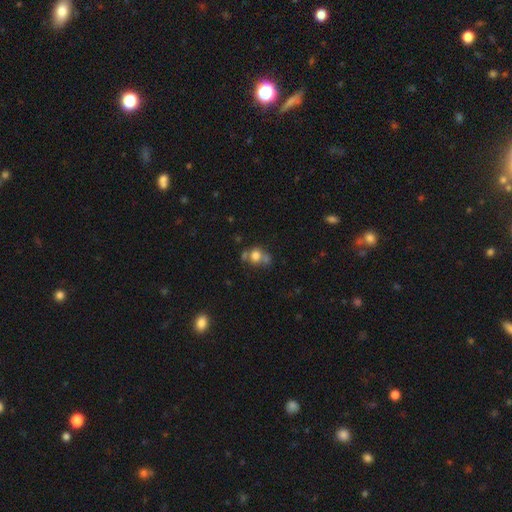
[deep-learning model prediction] The model was most divided on "merging": none: 42%, merger: 33%, minor disturbance: 16%, major disturbance: 9%. More confident: smooth or featured — smooth (70%); how rounded — round (68%).